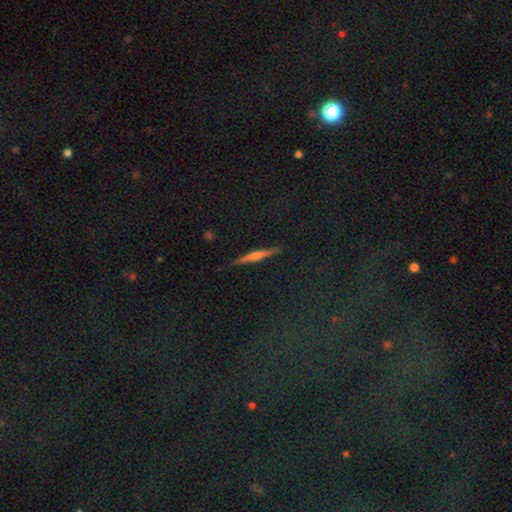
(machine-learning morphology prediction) Smooth or featured?
  - featured or disk: 64% *
  - smooth: 24%
  - star or artifact: 12%
Edge-on disk?
  - yes: 97% *
  - no: 3%
Edge-on bulge?
  - rounded: 78% *
  - none: 12%
  - boxy: 9%
Merging?
  - none: 90% *
  - minor disturbance: 7%
  - major disturbance: 2%
  - merger: 1%